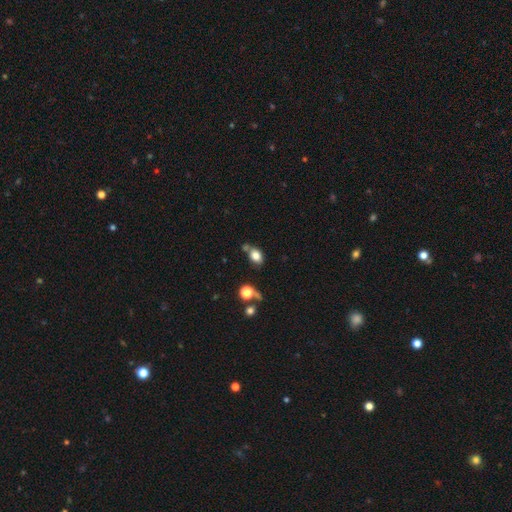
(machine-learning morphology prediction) This appears to be a smooth galaxy with no disk features (80%) that is in between round and cigar-shaped (75%). Merging: none (60%).